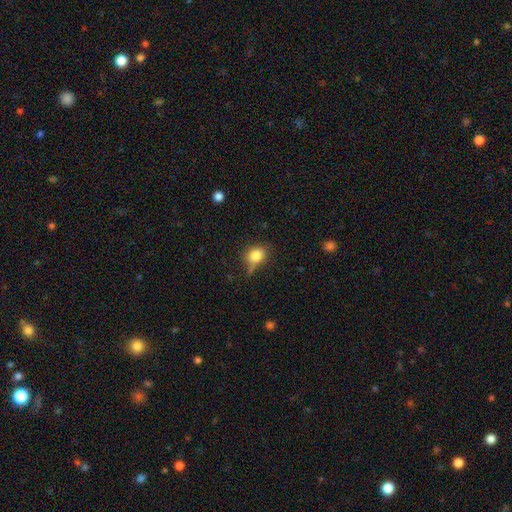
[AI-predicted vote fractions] smooth 81%, star or artifact 11%, featured or disk 9%. Down the decision tree: how rounded — round (58%); merging — none (57%).